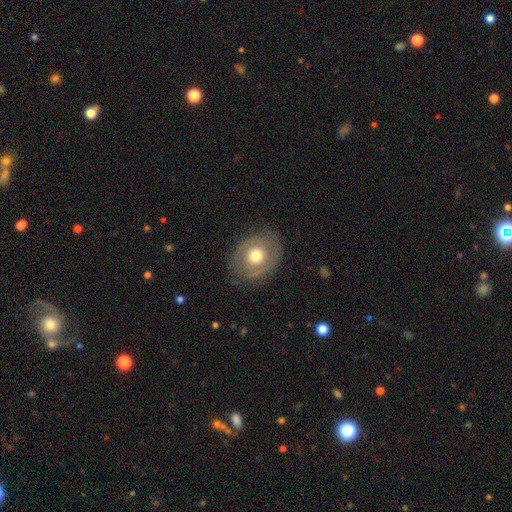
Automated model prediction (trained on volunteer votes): smooth-or-featured: smooth: 47% | featured or disk: 46% | star or artifact: 7%
  merging: none: 77% | minor disturbance: 15% | major disturbance: 6% | merger: 1%